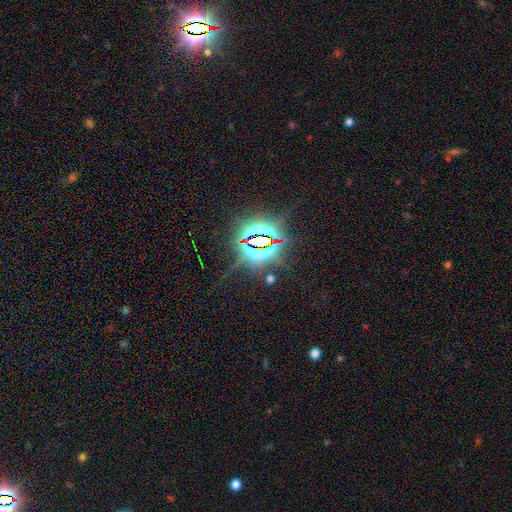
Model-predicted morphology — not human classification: This appears to be a star or artifact, not a galaxy (86%).